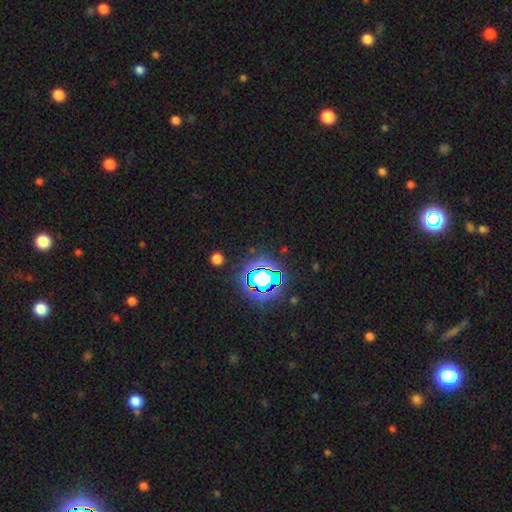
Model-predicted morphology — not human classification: A star or artifact, not a galaxy (84%).

Vote fractions:
- Smooth or featured? star or artifact: 84% / smooth: 10% / featured or disk: 6%